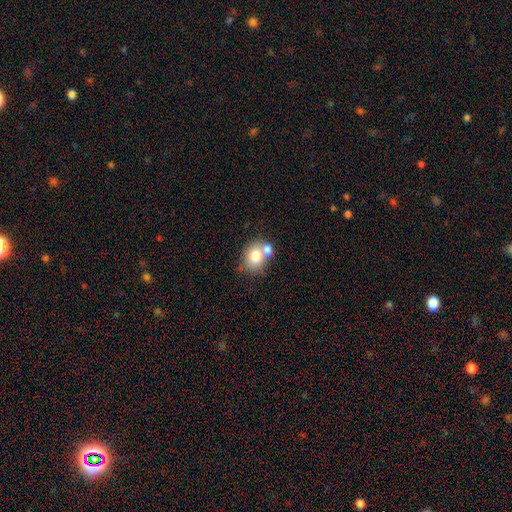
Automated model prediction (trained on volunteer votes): Smooth or featured: smooth — 75% (featured or disk — 16%)
How rounded: round — 53% (in between — 46%)
Merging: merger — 50% (none — 35%)